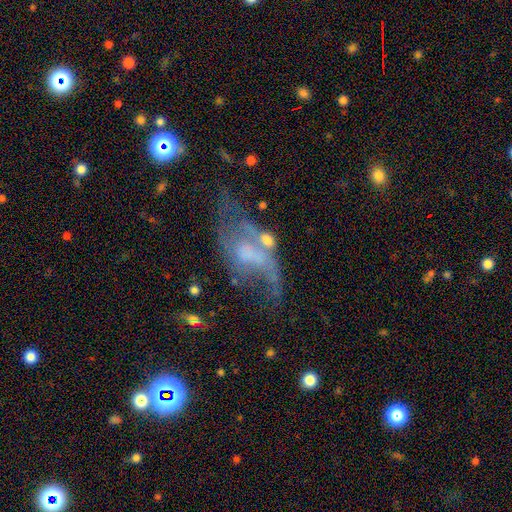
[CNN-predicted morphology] featured or disk 67%, smooth 18%, star or artifact 15%. Down the decision tree: edge-on disk — no (92%); bar — no (55%); spiral arms — yes (62%); bulge size — none (32%); merging — major disturbance (34%).